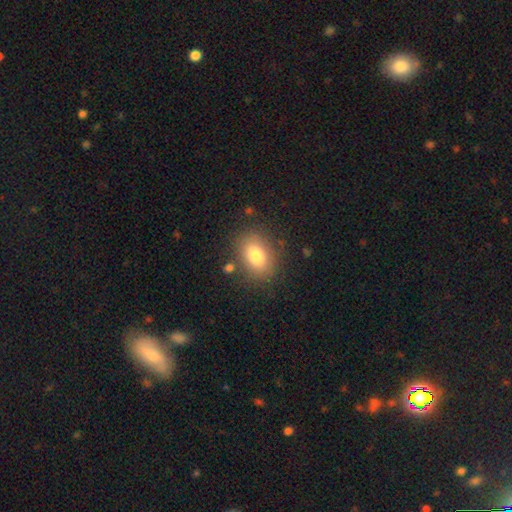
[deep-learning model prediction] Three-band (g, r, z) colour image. It shows a smooth galaxy with no disk features (78%) that is in between round and cigar-shaped (76%). Merging: none (80%).